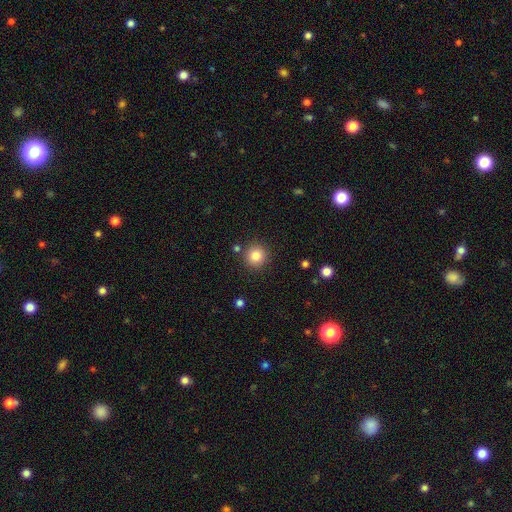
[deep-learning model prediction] Overall: smooth (84%). How rounded: round (94%). Merging: none (87%).